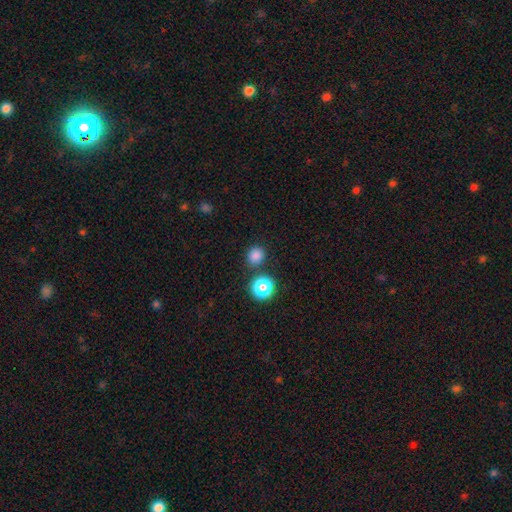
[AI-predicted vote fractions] A smooth galaxy with no disk features (81%) that is round (85%).

Vote fractions:
- Smooth or featured? smooth: 81% / star or artifact: 15% / featured or disk: 4%
- How rounded? round: 85% / in between: 14% / cigar-shaped: 1%
- Merging? none: 81% / minor disturbance: 9% / merger: 7% / major disturbance: 3%